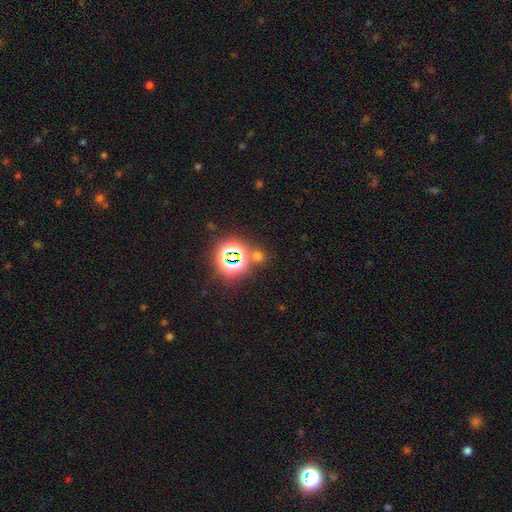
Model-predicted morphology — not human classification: Q: Smooth or featured?
A: star or artifact (67%); runner-up: smooth (25%)